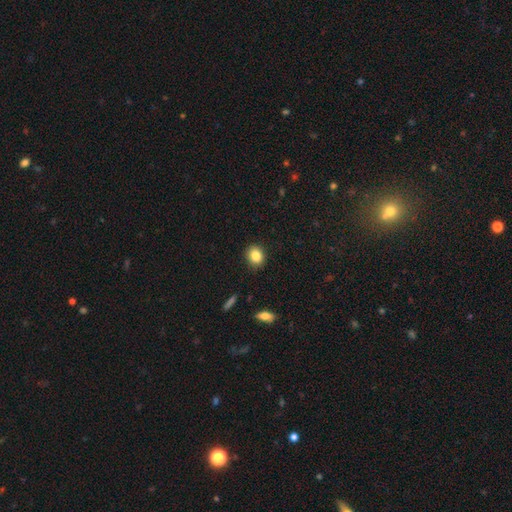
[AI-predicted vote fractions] This appears to be a smooth galaxy with no disk features (85%) that is round (60%). Merging: none (89%).